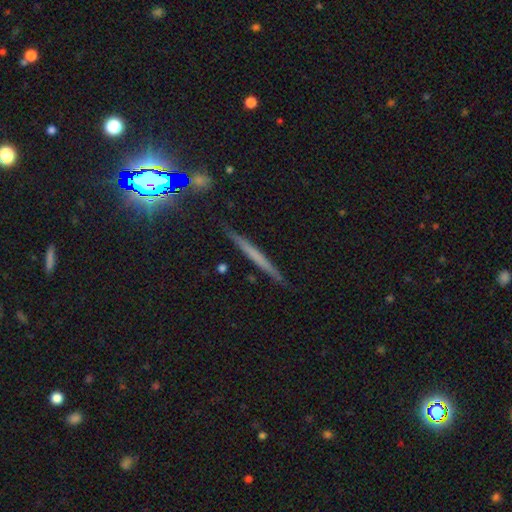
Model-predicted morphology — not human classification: Smooth or featured?
  - featured or disk: 47% *
  - smooth: 40%
  - star or artifact: 13%
Merging?
  - none: 88% *
  - minor disturbance: 8%
  - major disturbance: 2%
  - merger: 2%